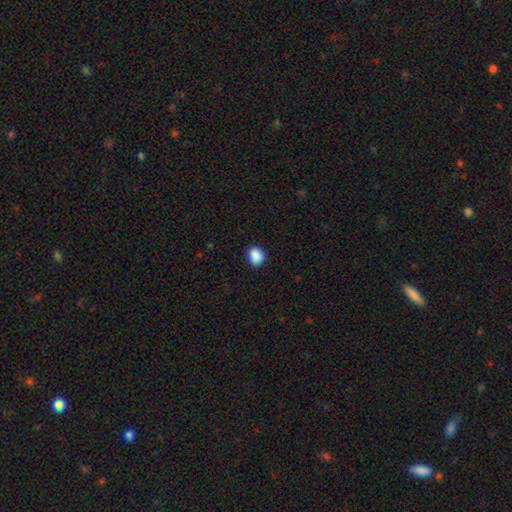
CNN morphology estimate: A smooth galaxy with no disk features (88%) that is round (58%).

Vote fractions:
- Smooth or featured? smooth: 88% / star or artifact: 9% / featured or disk: 3%
- How rounded? round: 58% / in between: 41% / cigar-shaped: 1%
- Merging? none: 80% / minor disturbance: 15% / major disturbance: 3% / merger: 1%